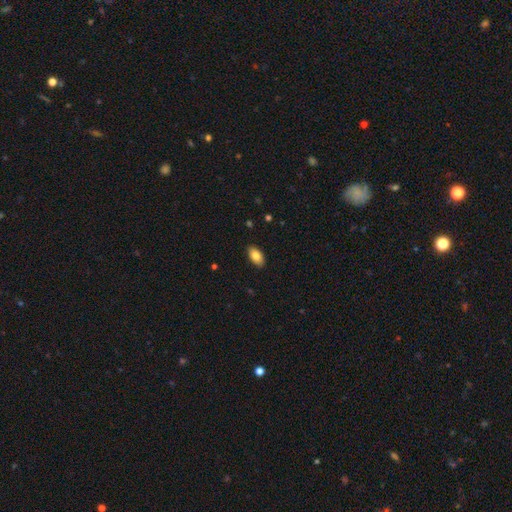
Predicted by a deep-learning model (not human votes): This is clearly a smooth galaxy (82%). How rounded: clearly in between (94%). Merging: clearly none (89%).